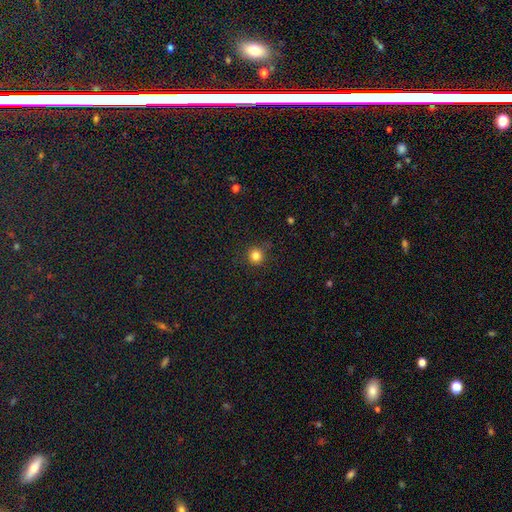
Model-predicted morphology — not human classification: smooth-or-featured: smooth: 82% | star or artifact: 13% | featured or disk: 5%
  how-rounded: round: 93% | in between: 6% | cigar-shaped: 1%
  merging: none: 87% | minor disturbance: 9% | major disturbance: 3% | merger: 1%